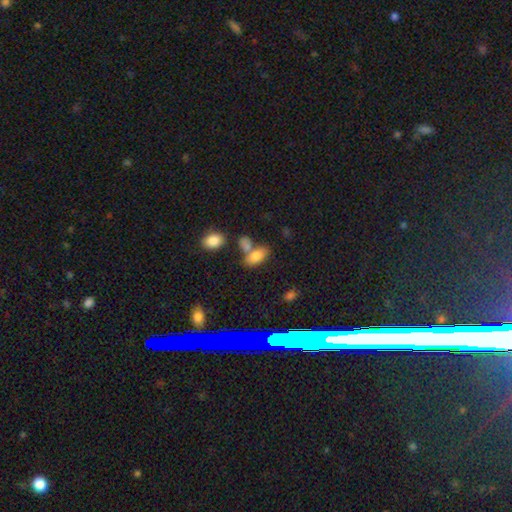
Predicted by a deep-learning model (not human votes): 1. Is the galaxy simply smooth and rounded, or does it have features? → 78% smooth, 11% star or artifact, 11% featured or disk.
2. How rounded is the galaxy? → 89% in between, 6% cigar-shaped, 5% round.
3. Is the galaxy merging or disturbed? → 50% none, 31% merger, 13% minor disturbance, 5% major disturbance.